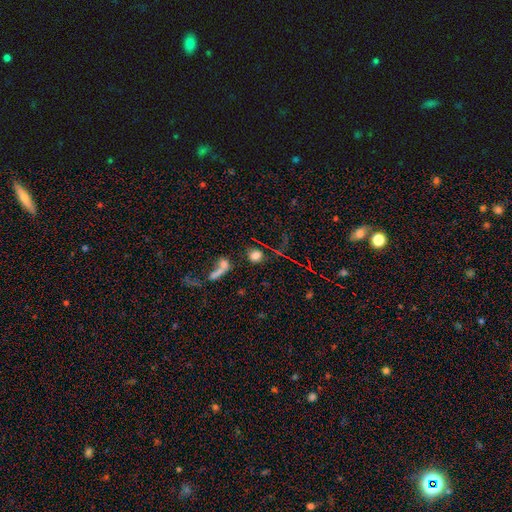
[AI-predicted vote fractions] This is likely a smooth galaxy (74%). How rounded: likely round (77%). Merging: possibly none (57%).